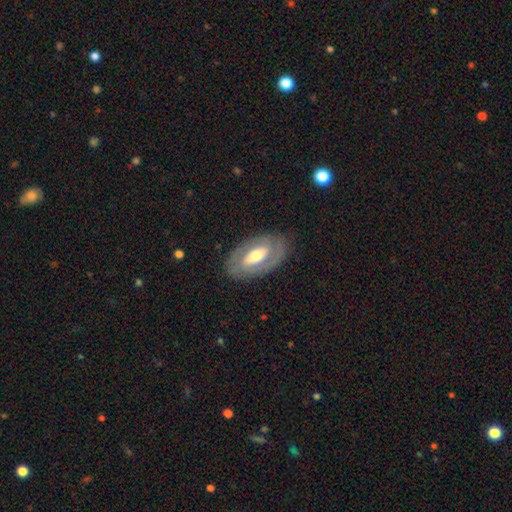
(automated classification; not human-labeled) Q: Smooth or featured?
A: featured or disk (69%); runner-up: smooth (25%)
Q: Edge-on disk?
A: no (91%); runner-up: yes (9%)
Q: Bar?
A: no (35%); tied with: weak (35%)
Q: Spiral arms?
A: yes (59%); runner-up: no (41%)
Q: Bulge size?
A: moderate (65%); runner-up: small (17%)
Q: Merging?
A: none (82%); runner-up: minor disturbance (12%)